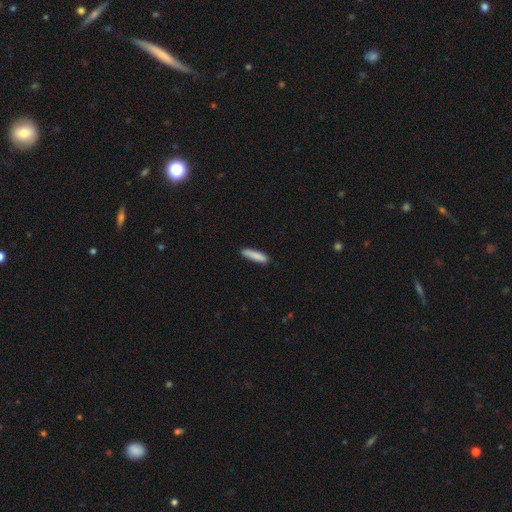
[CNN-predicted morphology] Overall: smooth (86%). How rounded: cigar-shaped (82%). Merging: none (87%).